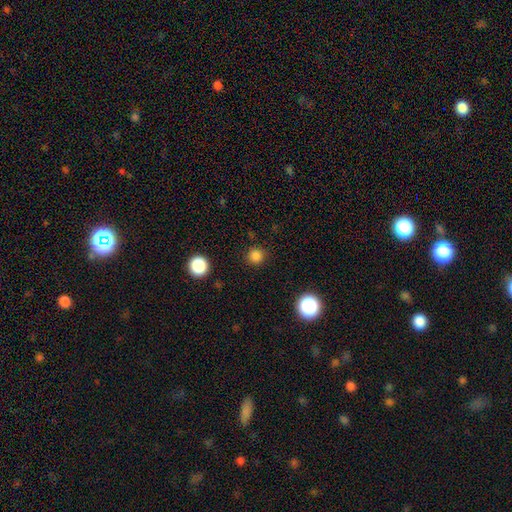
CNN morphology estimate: smooth_or_featured: smooth (p=0.81) [alt: star or artifact p=0.16]
how_rounded: round (p=0.94) [alt: in between p=0.05]
merging: none (p=0.89) [alt: minor disturbance p=0.07]